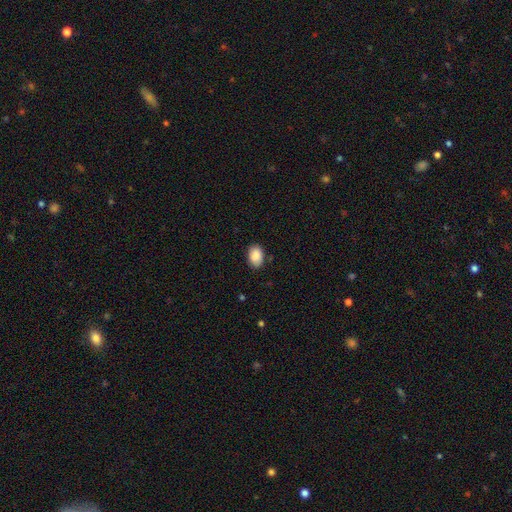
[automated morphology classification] Smooth or featured? Predicted: smooth (p=0.89). How rounded? Predicted: in between (p=0.85). Merging? Predicted: none (p=0.85).